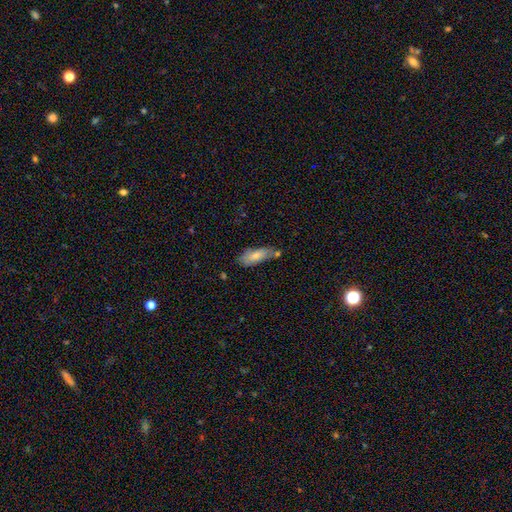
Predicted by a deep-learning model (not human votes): This is likely a smooth galaxy (75%). How rounded: likely in between (70%). Merging: possibly none (52%).